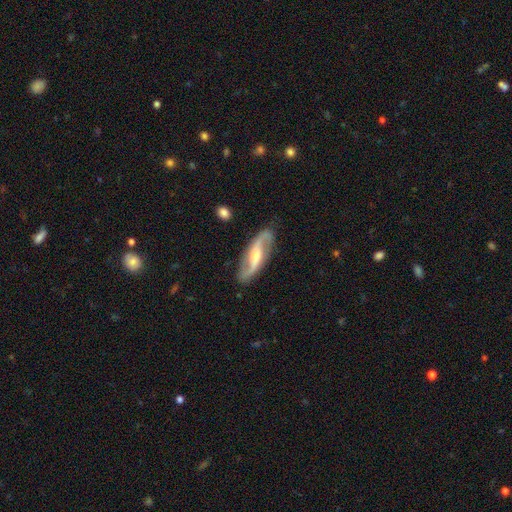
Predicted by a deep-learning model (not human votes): Morphology: type=featured or disk (86%); edge-on=no (91%); bar=weak (39%); spiral arms=yes (96%); winding=loose (51%); arm count=2 (93%); bulge=moderate (54%); merging=none (84%).